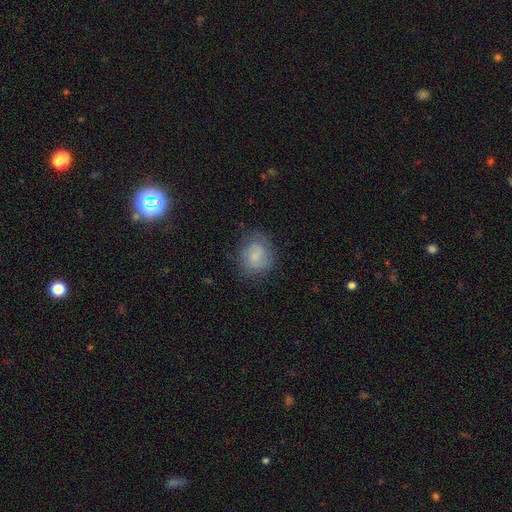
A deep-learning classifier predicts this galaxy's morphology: This appears to be a smooth galaxy with no disk features (71%) that is round (70%). Merging: none (73%).